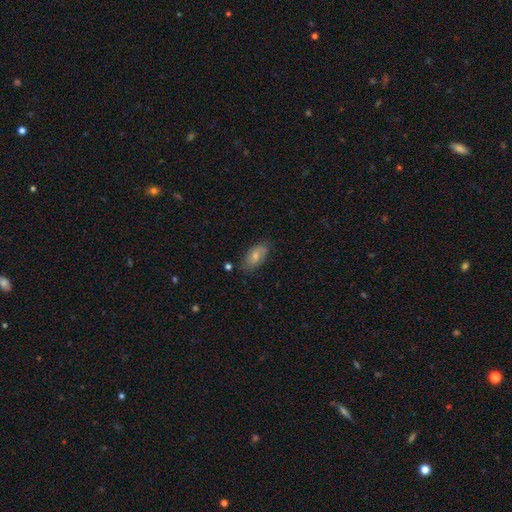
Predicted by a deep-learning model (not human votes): Smooth or featured?
  - smooth: 71% *
  - featured or disk: 22%
  - star or artifact: 7%
How rounded?
  - in between: 92% *
  - cigar-shaped: 5%
  - round: 4%
Merging?
  - none: 75% *
  - minor disturbance: 20%
  - major disturbance: 4%
  - merger: 2%